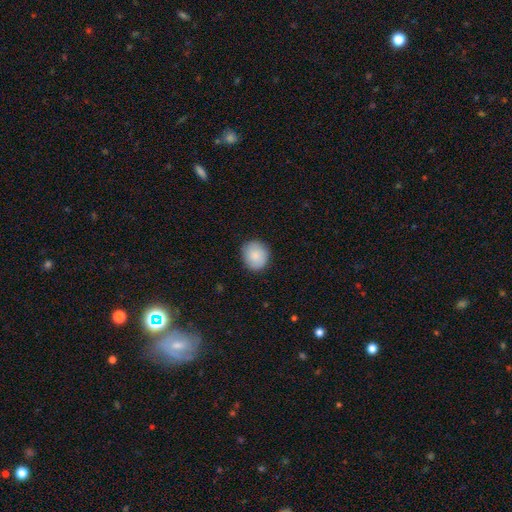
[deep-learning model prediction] Smooth or featured?
  - smooth: 87% *
  - star or artifact: 7%
  - featured or disk: 6%
How rounded?
  - round: 81% *
  - in between: 19%
  - cigar-shaped: 1%
Merging?
  - none: 86% *
  - minor disturbance: 10%
  - major disturbance: 2%
  - merger: 1%